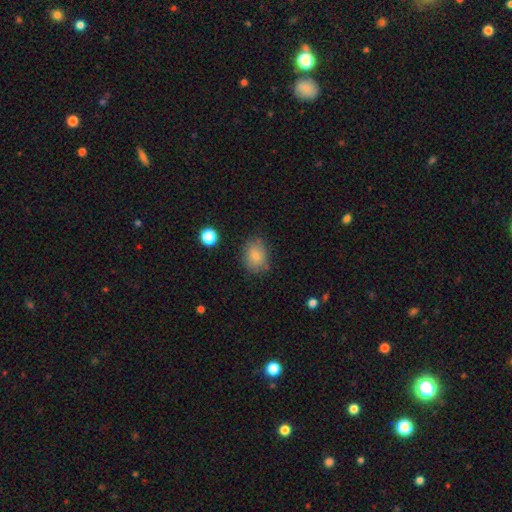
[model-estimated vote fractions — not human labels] This is clearly a smooth galaxy (81%). How rounded: likely in between (61%). Merging: likely none (75%).